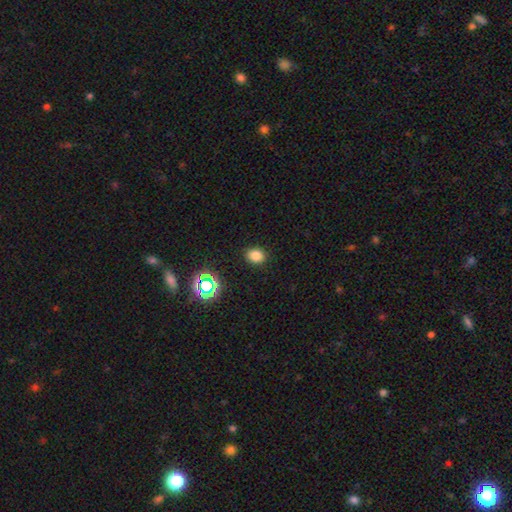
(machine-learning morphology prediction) Smooth or featured? smooth (78%)
How rounded? round (50%)
Merging? none (88%)